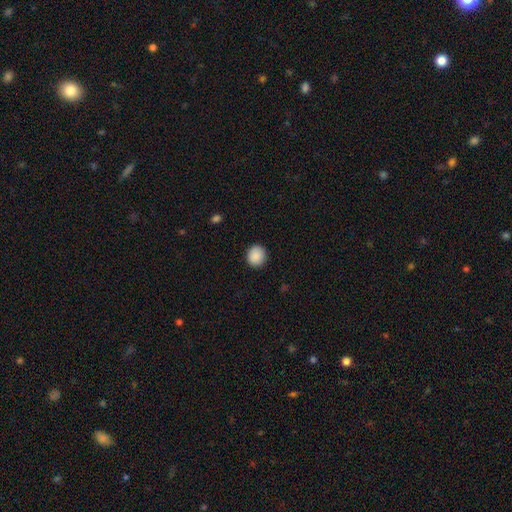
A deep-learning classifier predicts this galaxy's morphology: A smooth galaxy with no disk features (90%) that is round (85%).

Vote fractions:
- Smooth or featured? smooth: 90% / star or artifact: 8% / featured or disk: 3%
- How rounded? round: 85% / in between: 14% / cigar-shaped: 1%
- Merging? none: 90% / minor disturbance: 7% / major disturbance: 2% / merger: 1%